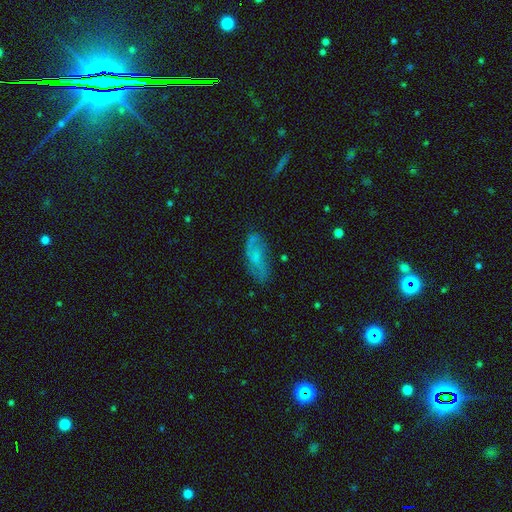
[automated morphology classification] This is possibly a smooth galaxy (47%). Merging: likely none (68%).